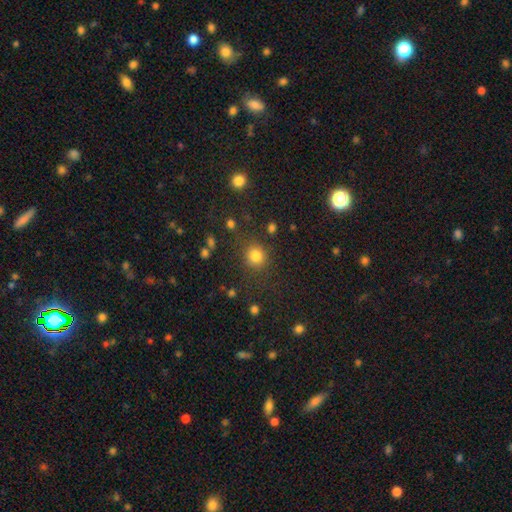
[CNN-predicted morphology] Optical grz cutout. It shows a smooth galaxy with no disk features (81%) that is round (87%). Merging: none (78%).